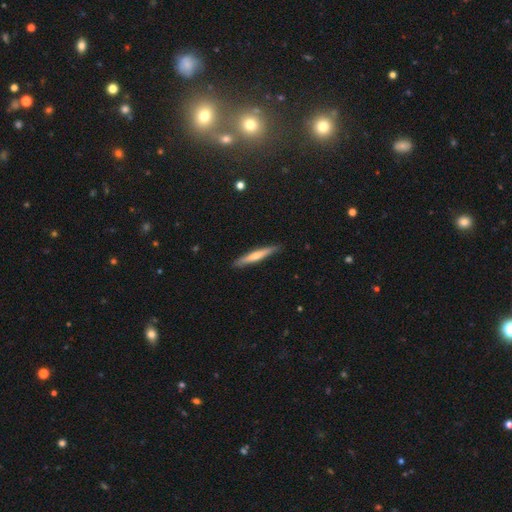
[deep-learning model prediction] Smooth or featured?
  - smooth: 56% *
  - featured or disk: 39%
  - star or artifact: 5%
How rounded?
  - cigar-shaped: 94% *
  - in between: 5%
  - round: 1%
Merging?
  - none: 89% *
  - minor disturbance: 8%
  - major disturbance: 1%
  - merger: 1%